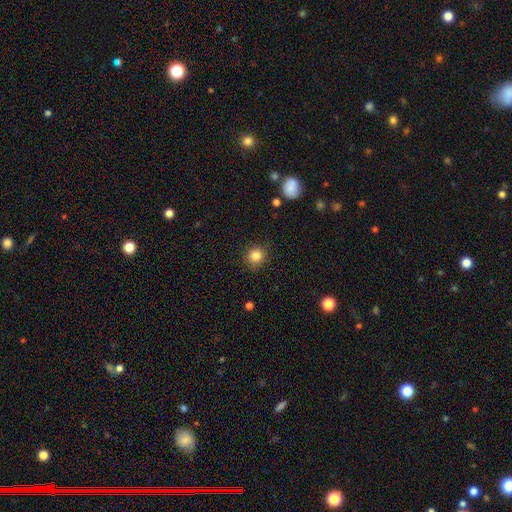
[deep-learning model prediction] Smooth or featured: smooth — 84% (star or artifact — 11%)
How rounded: round — 90% (in between — 9%)
Merging: none — 87% (minor disturbance — 10%)